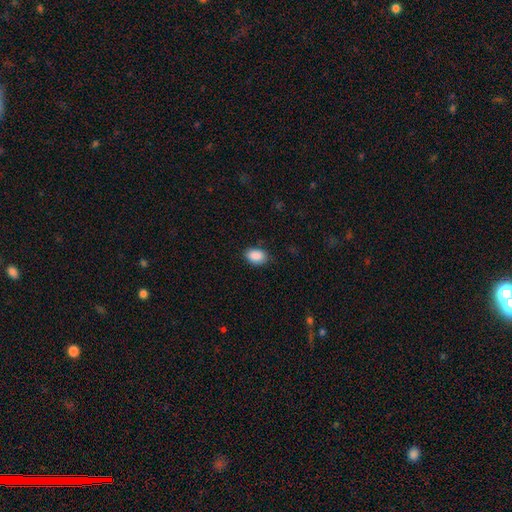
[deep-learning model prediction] smooth-or-featured: smooth: 90% | star or artifact: 7% | featured or disk: 3%
  how-rounded: in between: 88% | round: 11% | cigar-shaped: 1%
  merging: none: 83% | minor disturbance: 13% | major disturbance: 3% | merger: 1%